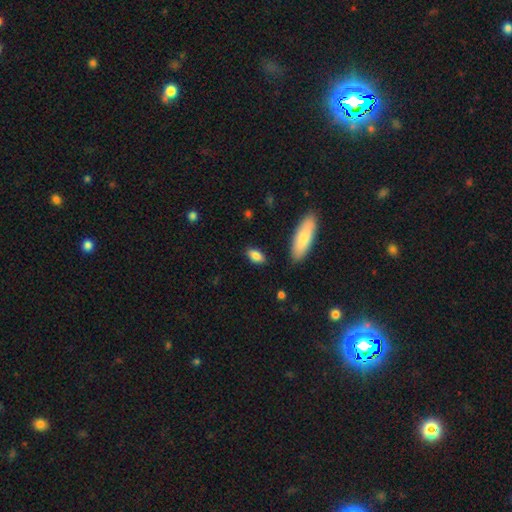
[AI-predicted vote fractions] Q: Smooth or featured?
A: smooth (85%); runner-up: featured or disk (8%)
Q: How rounded?
A: in between (86%); runner-up: cigar-shaped (10%)
Q: Merging?
A: none (83%); runner-up: minor disturbance (12%)